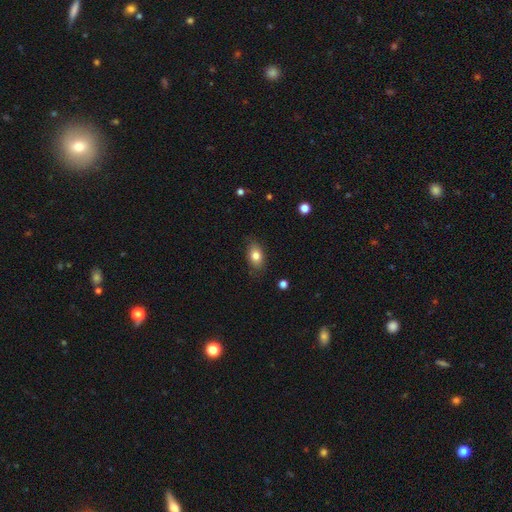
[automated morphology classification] Smooth or featured: smooth — 80% (featured or disk — 11%)
How rounded: in between — 85% (round — 13%)
Merging: none — 81% (minor disturbance — 15%)